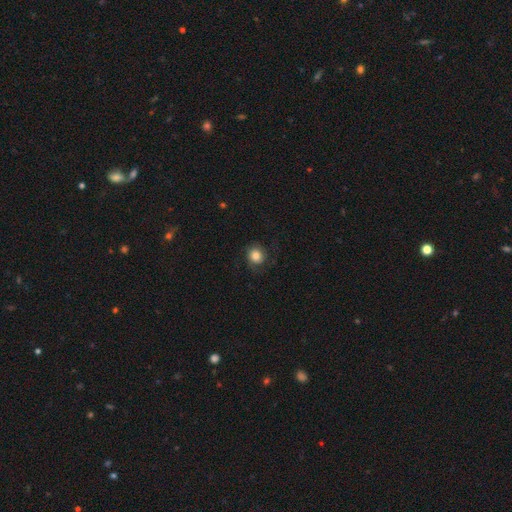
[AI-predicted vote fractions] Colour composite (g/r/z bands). It shows a smooth galaxy with no disk features (80%) that is round (82%). Merging: none (77%).